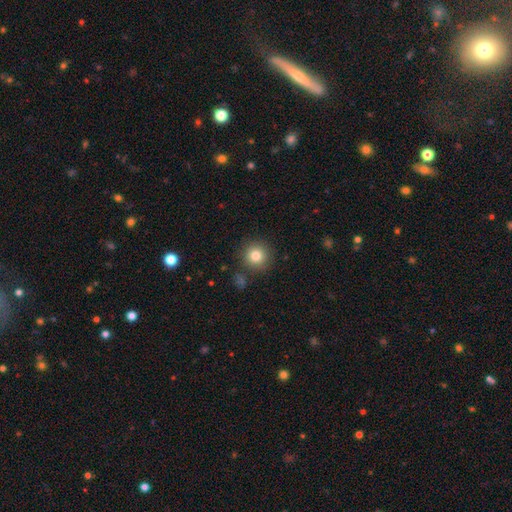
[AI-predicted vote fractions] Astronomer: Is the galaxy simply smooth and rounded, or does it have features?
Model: smooth — 81%.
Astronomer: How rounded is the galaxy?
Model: round — 94%.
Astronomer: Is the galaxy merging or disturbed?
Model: none — 86%.